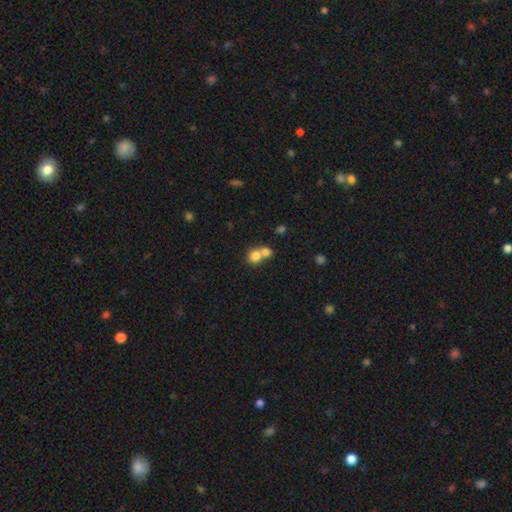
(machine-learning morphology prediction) smooth-or-featured: smooth: 78% | featured or disk: 12% | star or artifact: 11%
  how-rounded: round: 78% | in between: 21% | cigar-shaped: 1%
  merging: merger: 60% | none: 32% | minor disturbance: 5% | major disturbance: 3%